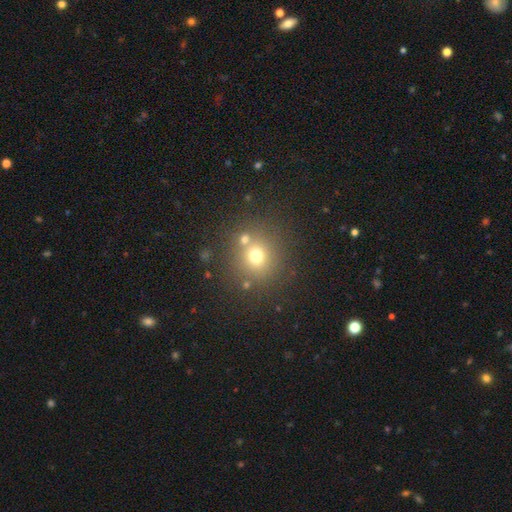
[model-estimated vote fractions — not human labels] A smooth galaxy with no disk features (68%) that is round (88%). Merging: none (70%).